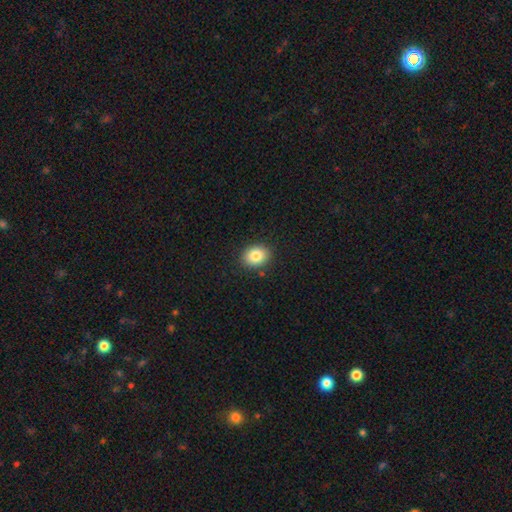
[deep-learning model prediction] This appears to be a smooth galaxy with no disk features (84%) that is in between round and cigar-shaped (54%). Merging: none (88%).